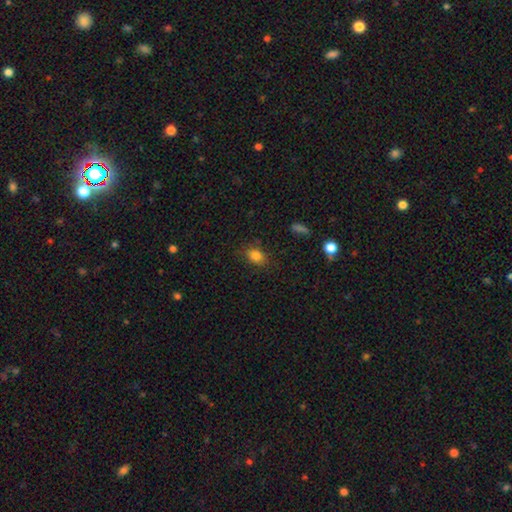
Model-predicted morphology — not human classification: This appears to be a smooth galaxy with no disk features (81%) that is in between round and cigar-shaped (68%). Merging: none (81%).